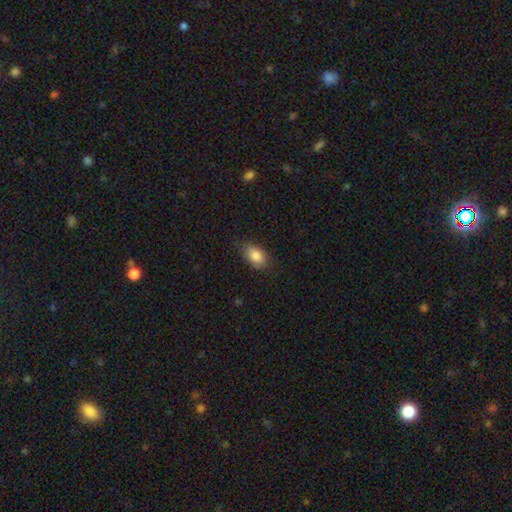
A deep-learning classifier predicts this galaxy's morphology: Q: Smooth or featured?
A: smooth (86%); runner-up: star or artifact (7%)
Q: How rounded?
A: in between (89%); runner-up: round (8%)
Q: Merging?
A: none (80%); runner-up: minor disturbance (16%)